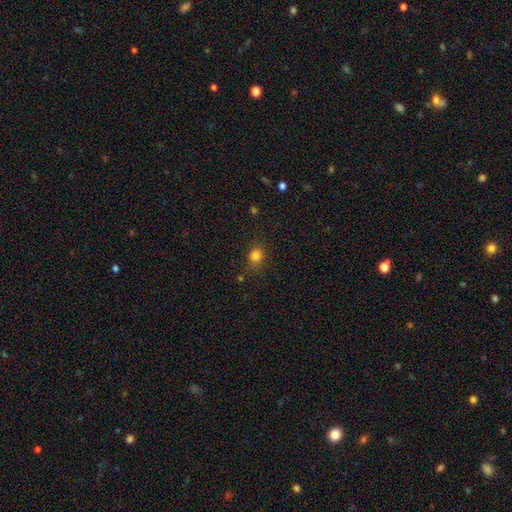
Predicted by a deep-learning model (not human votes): Smooth or featured: smooth — 81% (star or artifact — 13%)
How rounded: round — 70% (in between — 28%)
Merging: none — 81% (minor disturbance — 14%)